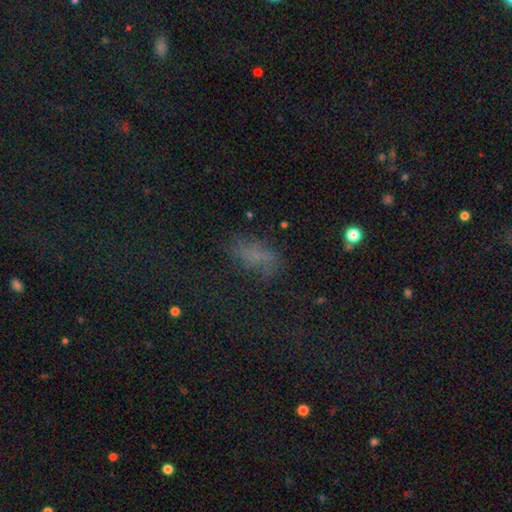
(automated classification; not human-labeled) The model was most divided on "smooth or featured": smooth: 50%, star or artifact: 28%, featured or disk: 22%. More confident: merging — none (52%).